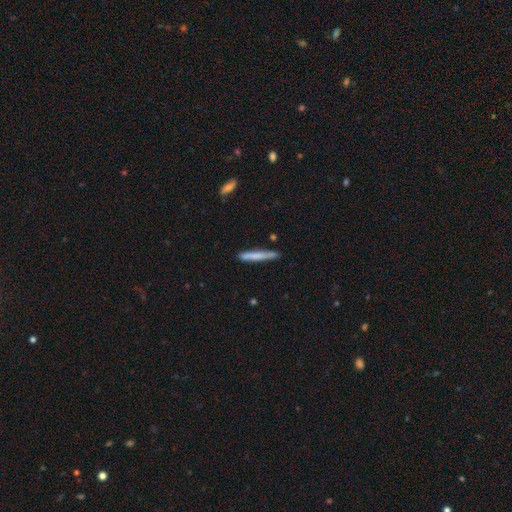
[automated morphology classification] Smooth or featured?
  - smooth: 69% *
  - featured or disk: 26%
  - star or artifact: 6%
How rounded?
  - cigar-shaped: 95% *
  - in between: 3%
  - round: 1%
Merging?
  - none: 84% *
  - minor disturbance: 12%
  - merger: 2%
  - major disturbance: 2%